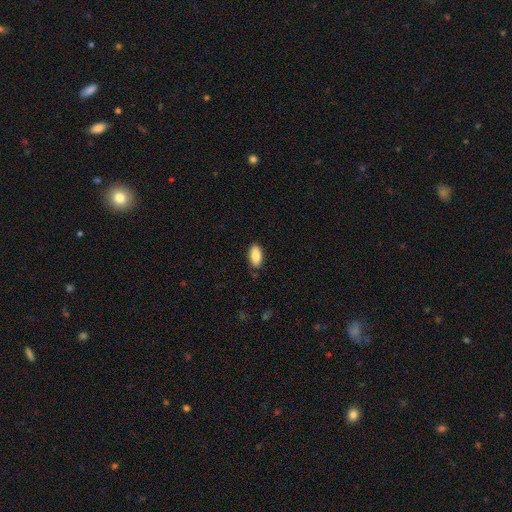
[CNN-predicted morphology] A smooth galaxy with no disk features (87%) that is in between round and cigar-shaped (89%). Merging: none (83%).